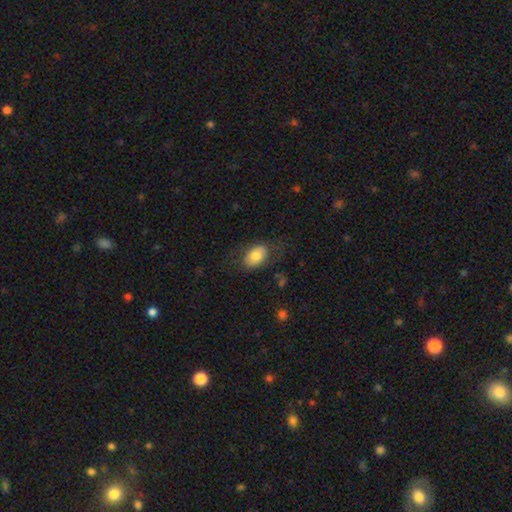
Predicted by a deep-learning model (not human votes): smooth_or_featured: smooth (p=0.73) [alt: featured or disk p=0.20]
how_rounded: in between (p=0.86) [alt: round p=0.13]
merging: none (p=0.65) [alt: minor disturbance p=0.20]